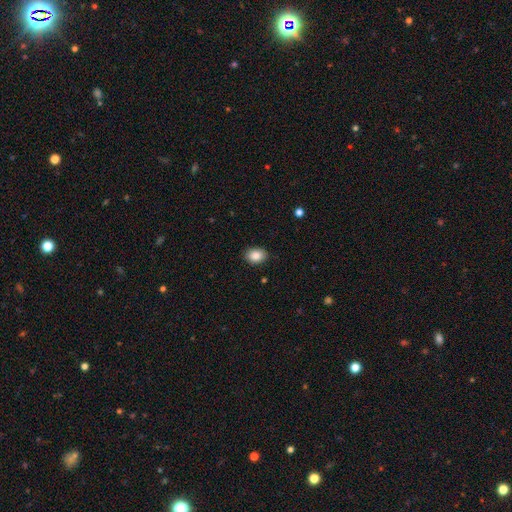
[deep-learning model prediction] Morphology: type=smooth (87%); roundness=in between (73%); merging=none (88%).